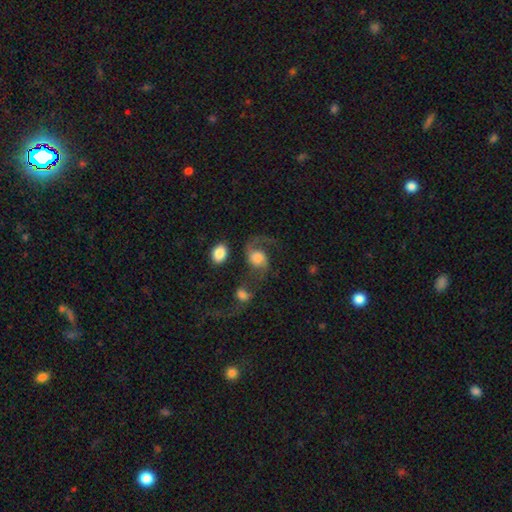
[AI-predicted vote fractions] A featured or disk galaxy (73%) with no bar (63%), 2 (74%) loose (65%) spiral arms (93%) and a large central bulge (40%). Merging: none (39%).